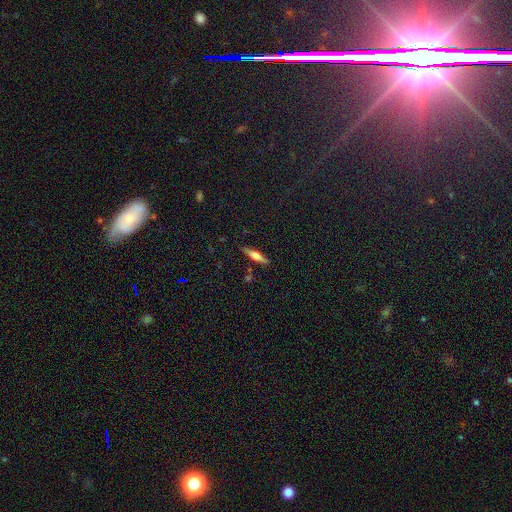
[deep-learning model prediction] Smooth or featured?
  - featured or disk: 49% *
  - smooth: 44%
  - star or artifact: 7%
Merging?
  - none: 87% *
  - minor disturbance: 9%
  - merger: 2%
  - major disturbance: 2%